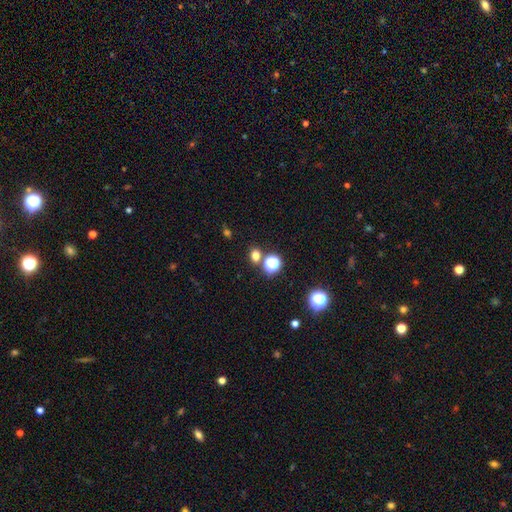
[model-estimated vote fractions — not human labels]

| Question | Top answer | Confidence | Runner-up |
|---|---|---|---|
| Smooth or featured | smooth | 70% | star or artifact (24%) |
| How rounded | round | 64% | in between (34%) |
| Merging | none | 76% | merger (12%) |